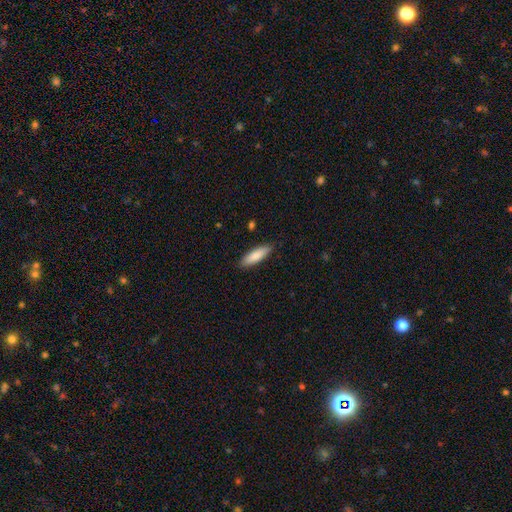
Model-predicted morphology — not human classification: Smooth or featured? smooth (83%)
How rounded? cigar-shaped (56%)
Merging? none (89%)